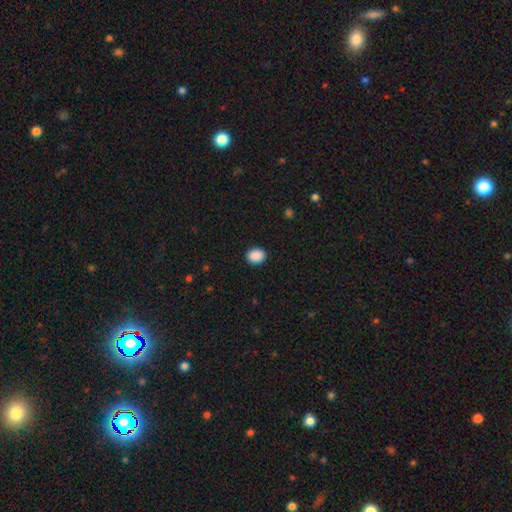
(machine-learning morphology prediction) type=smooth (90%); roundness=in between (54%); merging=none (90%).